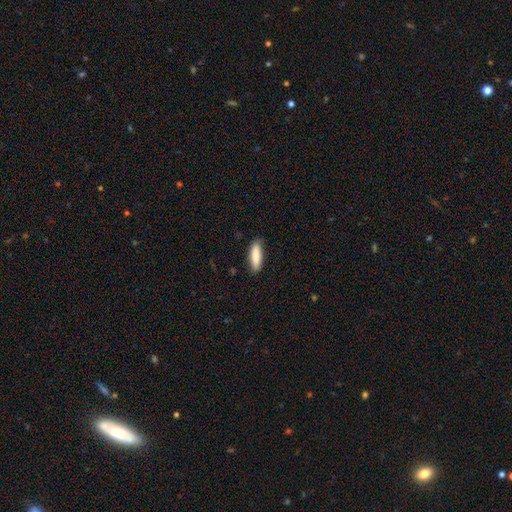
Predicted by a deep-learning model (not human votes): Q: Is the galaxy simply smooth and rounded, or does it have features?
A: smooth — 83%.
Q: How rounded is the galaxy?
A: in between — 50%.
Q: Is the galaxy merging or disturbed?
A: none — 83%.